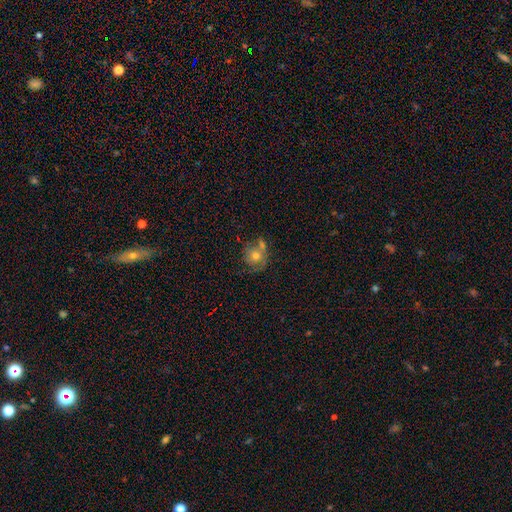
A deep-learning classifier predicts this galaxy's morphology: type=smooth (62%); roundness=round (81%); merging=none (43%).